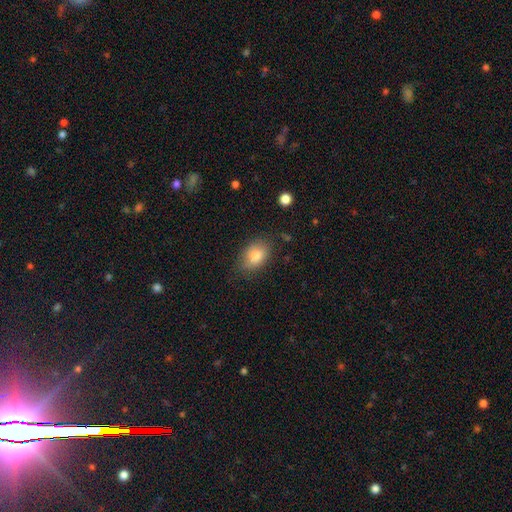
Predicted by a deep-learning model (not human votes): Q: Smooth or featured?
A: smooth (82%); runner-up: featured or disk (10%)
Q: How rounded?
A: in between (85%); runner-up: round (13%)
Q: Merging?
A: none (77%); runner-up: minor disturbance (18%)